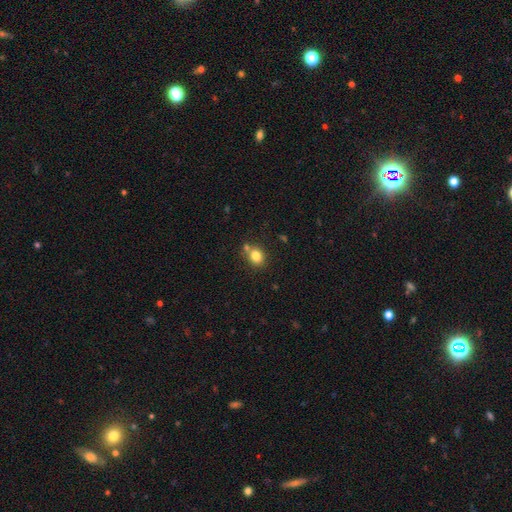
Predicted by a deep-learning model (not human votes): The model was most divided on "how rounded": round: 52%, in between: 47%, cigar-shaped: 1%. More confident: smooth or featured — smooth (81%); merging — none (66%).